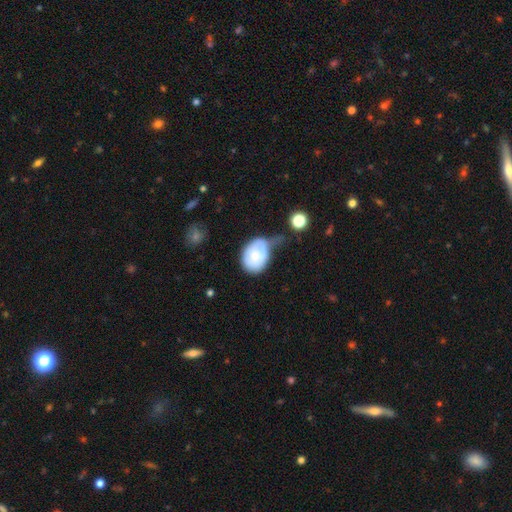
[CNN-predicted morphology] Q: Smooth or featured?
A: smooth (68%); runner-up: featured or disk (25%)
Q: How rounded?
A: in between (67%); runner-up: round (32%)
Q: Merging?
A: minor disturbance (36%); runner-up: major disturbance (28%)